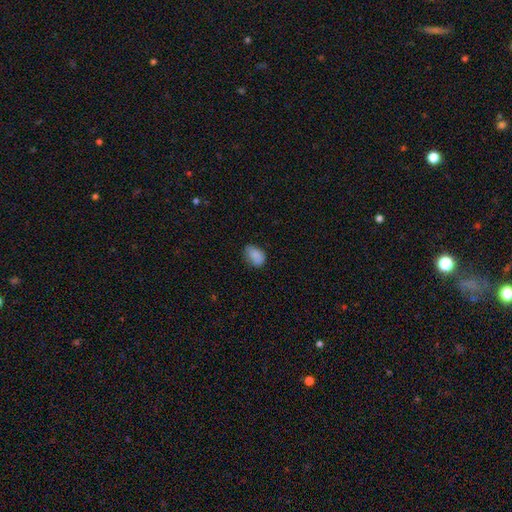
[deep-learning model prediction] smooth 86%, star or artifact 8%, featured or disk 5%. Down the decision tree: how rounded — in between (78%); merging — none (65%).